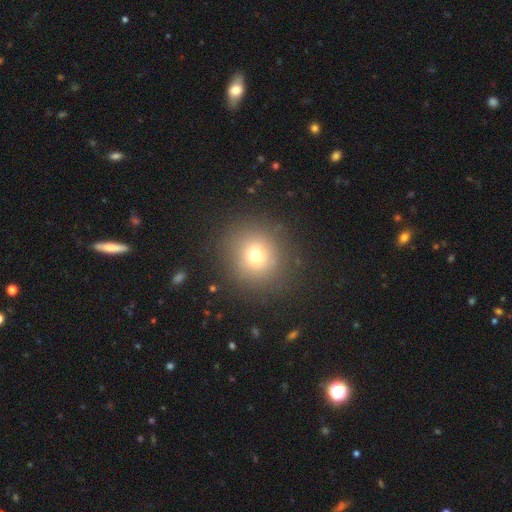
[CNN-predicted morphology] A smooth galaxy with no disk features (71%) that is round (90%). Merging: none (86%).